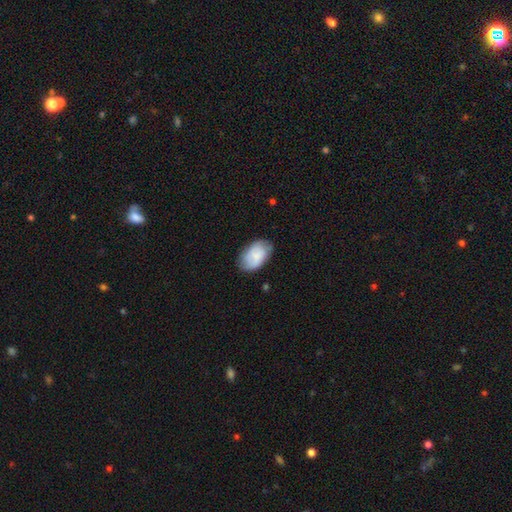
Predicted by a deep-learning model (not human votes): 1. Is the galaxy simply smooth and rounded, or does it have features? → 73% smooth, 20% featured or disk, 7% star or artifact.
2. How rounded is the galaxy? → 93% in between, 6% round, 1% cigar-shaped.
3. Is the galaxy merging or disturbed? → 72% none, 22% minor disturbance, 5% major disturbance, 1% merger.